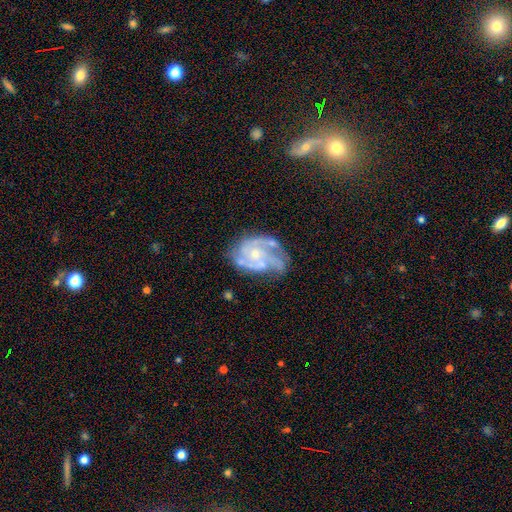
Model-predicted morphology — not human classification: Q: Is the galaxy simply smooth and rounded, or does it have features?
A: featured or disk — 87%.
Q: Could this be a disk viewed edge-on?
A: no — 98%.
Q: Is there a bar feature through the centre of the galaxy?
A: no — 71%.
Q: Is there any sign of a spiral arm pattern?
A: yes — 94%.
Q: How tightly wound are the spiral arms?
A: medium — 46%.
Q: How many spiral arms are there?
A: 3 — 39%.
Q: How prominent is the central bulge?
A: small — 55%.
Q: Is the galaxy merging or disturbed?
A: none — 53%.